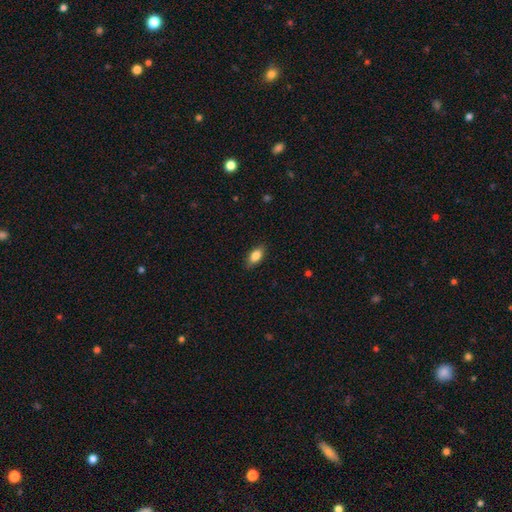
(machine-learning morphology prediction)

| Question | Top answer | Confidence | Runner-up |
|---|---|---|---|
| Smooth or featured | smooth | 84% | featured or disk (9%) |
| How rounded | in between | 87% | cigar-shaped (9%) |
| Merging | none | 86% | minor disturbance (10%) |